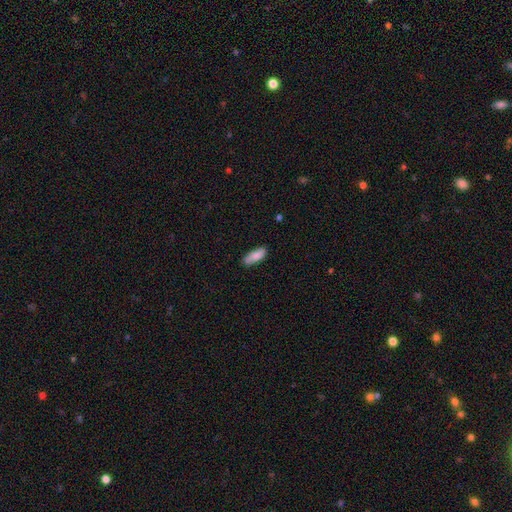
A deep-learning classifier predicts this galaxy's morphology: A smooth galaxy with no disk features (81%) that is in between round and cigar-shaped (71%). Merging: none (79%).